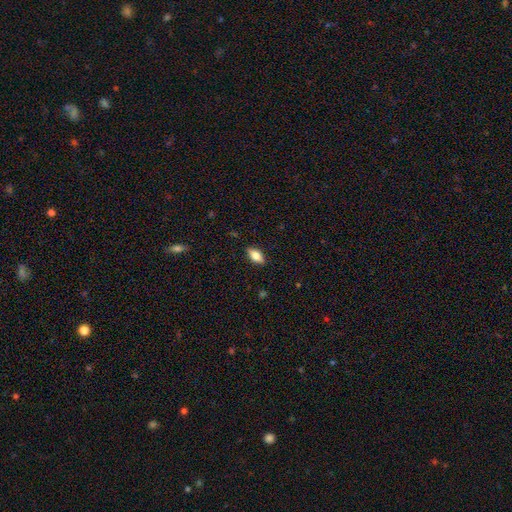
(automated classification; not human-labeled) Smooth or featured: smooth — 74% (featured or disk — 19%)
How rounded: in between — 86% (cigar-shaped — 10%)
Merging: none — 88% (minor disturbance — 9%)